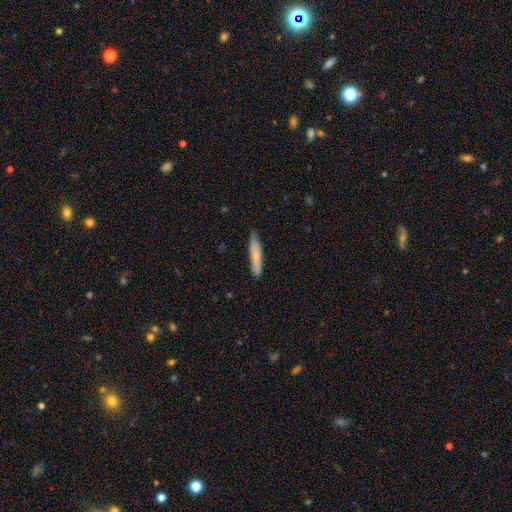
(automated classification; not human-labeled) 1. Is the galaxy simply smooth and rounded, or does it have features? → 72% smooth, 23% featured or disk, 6% star or artifact.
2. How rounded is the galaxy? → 89% cigar-shaped, 10% in between, 1% round.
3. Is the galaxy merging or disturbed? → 78% none, 18% minor disturbance, 2% major disturbance, 1% merger.